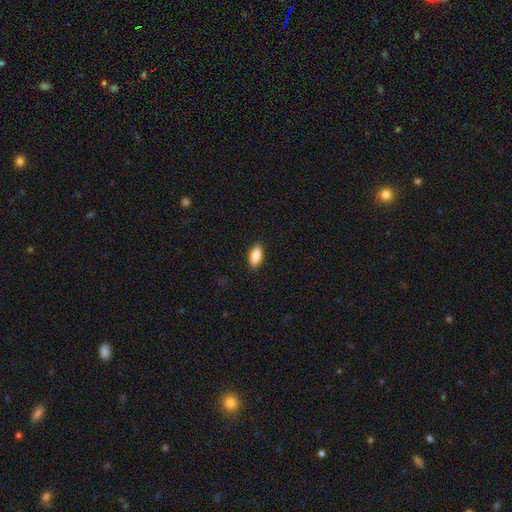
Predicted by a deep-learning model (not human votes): A smooth galaxy with no disk features (82%) that is in between round and cigar-shaped (79%).

Vote fractions:
- Smooth or featured? smooth: 82% / featured or disk: 12% / star or artifact: 7%
- How rounded? in between: 79% / cigar-shaped: 18% / round: 3%
- Merging? none: 89% / minor disturbance: 8% / major disturbance: 2% / merger: 1%